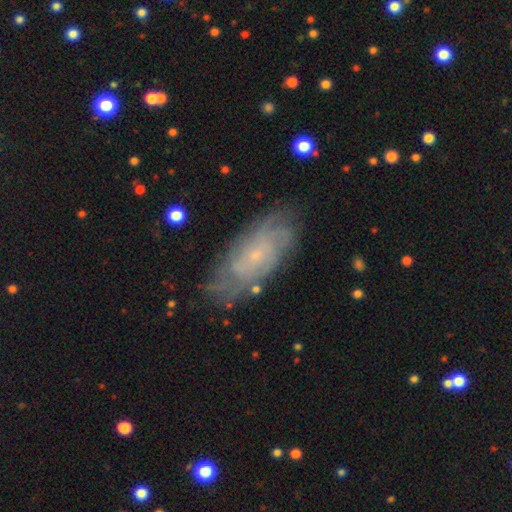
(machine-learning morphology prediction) Q: Smooth or featured?
A: featured or disk (70%); runner-up: smooth (22%)
Q: Edge-on disk?
A: no (91%); runner-up: yes (9%)
Q: Bar?
A: no (77%); runner-up: weak (20%)
Q: Spiral arms?
A: yes (88%); runner-up: no (12%)
Q: Spiral winding?
A: tight (64%); runner-up: medium (27%)
Q: Spiral arm count?
A: can't tell (58%); runner-up: 2 (12%)
Q: Bulge size?
A: small (83%); runner-up: moderate (11%)
Q: Merging?
A: none (76%); runner-up: minor disturbance (17%)